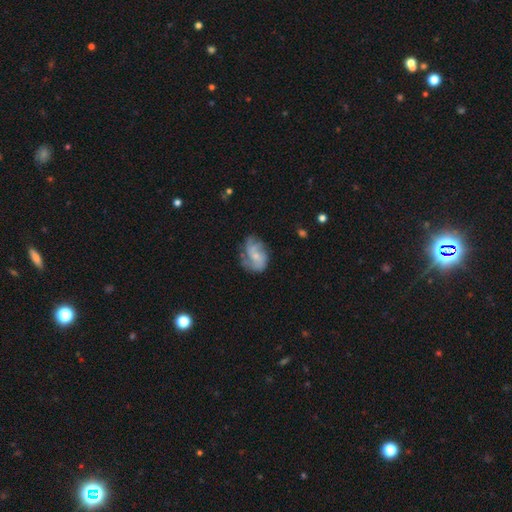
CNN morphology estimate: This appears to be a featured or disk galaxy (67%) with no bar (66%), 2 (34%) medium (45%) spiral arms (87%) and a small central bulge (61%). Merging: none (55%).